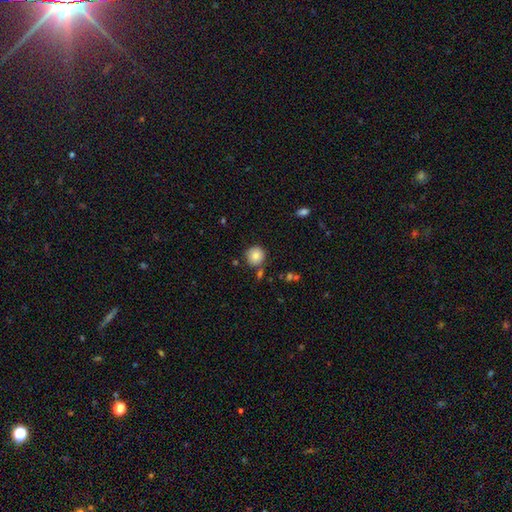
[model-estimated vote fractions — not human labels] smooth-or-featured: smooth: 83% | star or artifact: 9% | featured or disk: 8%
  how-rounded: round: 93% | in between: 6% | cigar-shaped: 1%
  merging: none: 81% | minor disturbance: 10% | merger: 7% | major disturbance: 3%